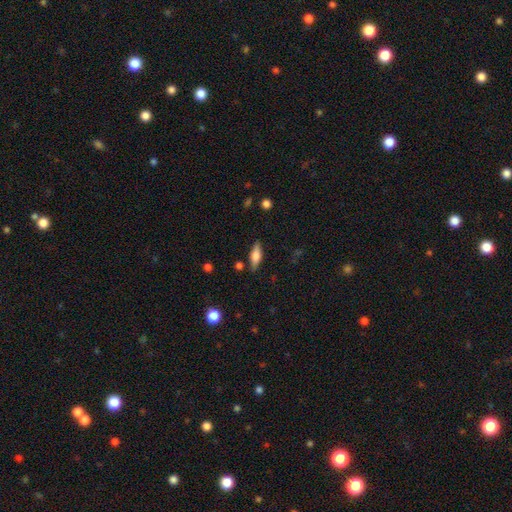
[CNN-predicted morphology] Smooth or featured?
  - smooth: 58% *
  - featured or disk: 35%
  - star or artifact: 7%
How rounded?
  - in between: 61% *
  - cigar-shaped: 36%
  - round: 3%
Merging?
  - none: 83% *
  - minor disturbance: 12%
  - major disturbance: 3%
  - merger: 2%